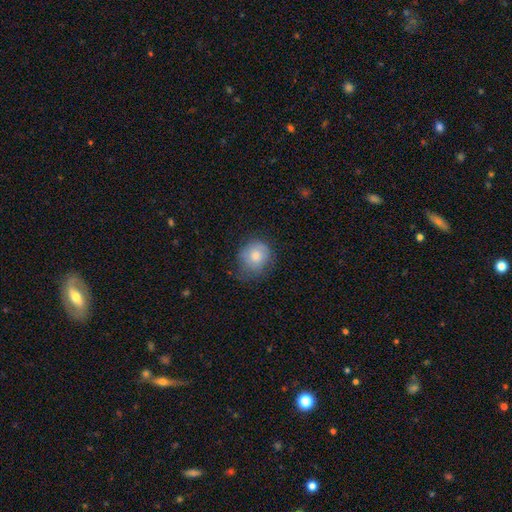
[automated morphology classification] smooth_or_featured: smooth (p=0.77) [alt: featured or disk p=0.15]
how_rounded: round (p=0.77) [alt: in between p=0.22]
merging: none (p=0.52) [alt: minor disturbance p=0.33]